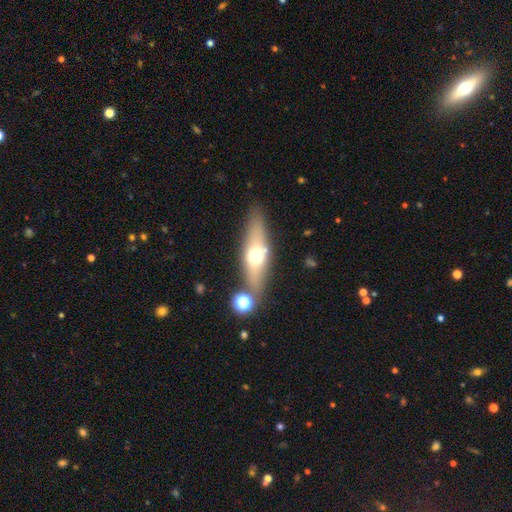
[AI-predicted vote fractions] smooth-or-featured: smooth: 51% | featured or disk: 41% | star or artifact: 8%
  how-rounded: cigar-shaped: 54% | in between: 41% | round: 5%
  merging: none: 78% | minor disturbance: 11% | merger: 8% | major disturbance: 3%